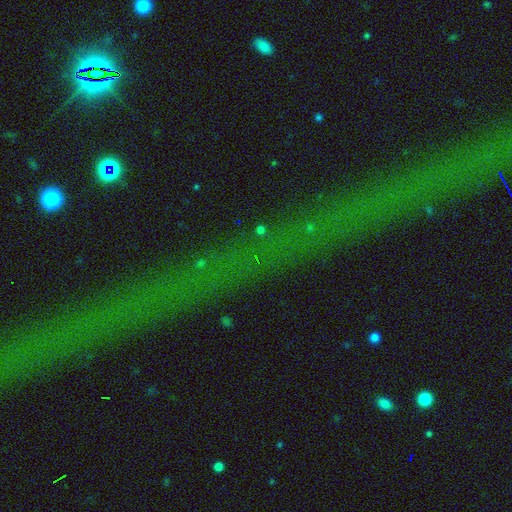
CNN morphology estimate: A star or artifact, not a galaxy (73%).